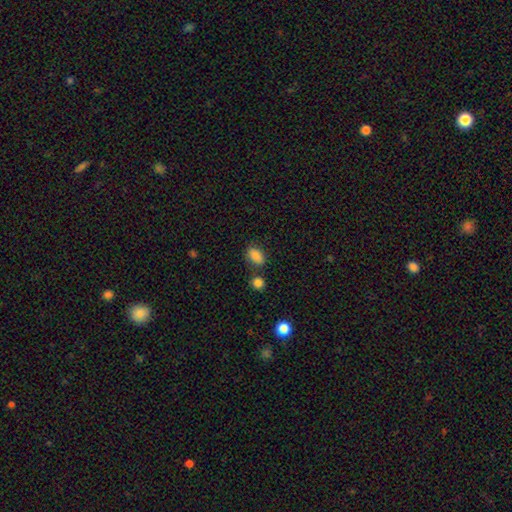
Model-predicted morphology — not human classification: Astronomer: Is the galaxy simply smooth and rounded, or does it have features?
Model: smooth — 83%.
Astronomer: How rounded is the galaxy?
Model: in between — 83%.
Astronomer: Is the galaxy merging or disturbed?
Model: none — 70%.